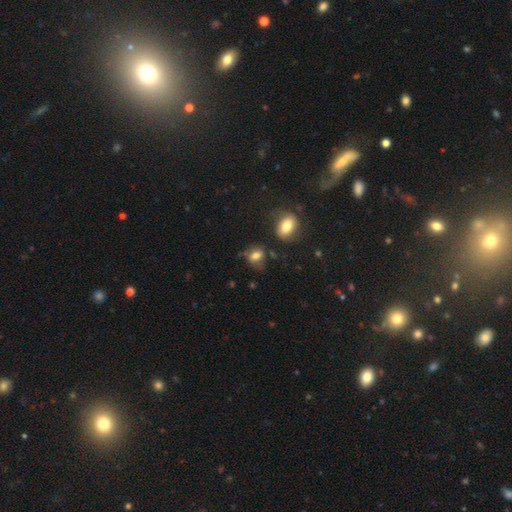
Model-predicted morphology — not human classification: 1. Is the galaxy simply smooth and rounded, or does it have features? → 75% smooth, 13% featured or disk, 12% star or artifact.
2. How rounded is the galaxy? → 61% in between, 37% round, 2% cigar-shaped.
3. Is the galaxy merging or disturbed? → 51% none, 27% minor disturbance, 13% major disturbance, 9% merger.